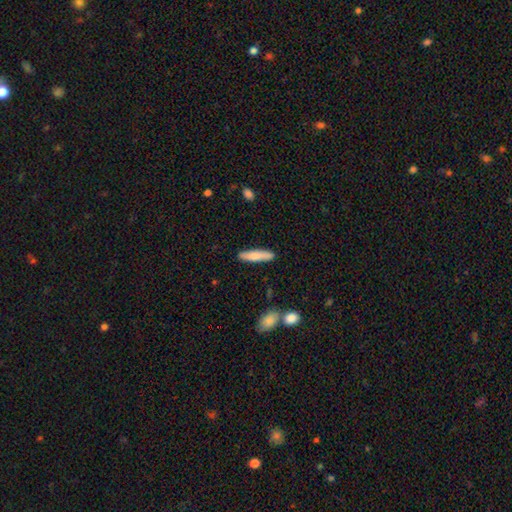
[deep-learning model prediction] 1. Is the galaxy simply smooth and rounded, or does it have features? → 77% smooth, 17% featured or disk, 5% star or artifact.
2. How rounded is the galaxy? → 84% cigar-shaped, 15% in between, 2% round.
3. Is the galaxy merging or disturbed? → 87% none, 9% minor disturbance, 2% merger, 2% major disturbance.